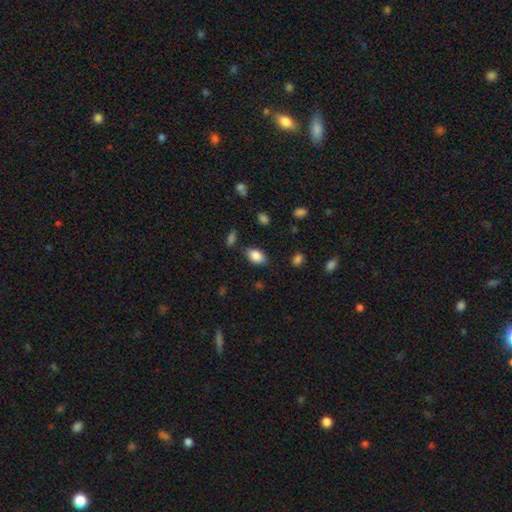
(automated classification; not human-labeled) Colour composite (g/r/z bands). It shows a smooth galaxy with no disk features (85%) that is in between round and cigar-shaped (90%). Merging: none (79%).